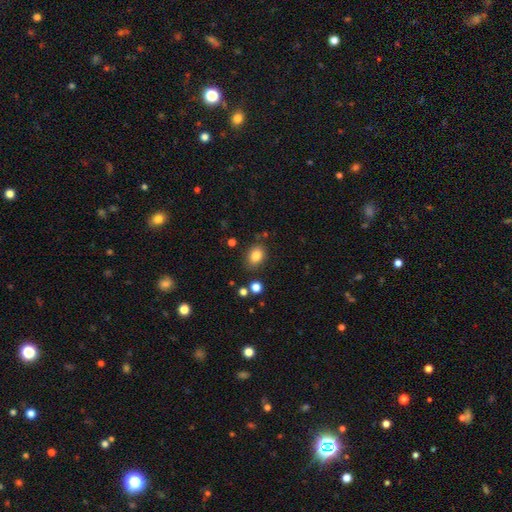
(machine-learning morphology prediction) Q: Smooth or featured?
A: smooth (84%); runner-up: star or artifact (10%)
Q: How rounded?
A: in between (66%); runner-up: round (33%)
Q: Merging?
A: none (81%); runner-up: minor disturbance (12%)